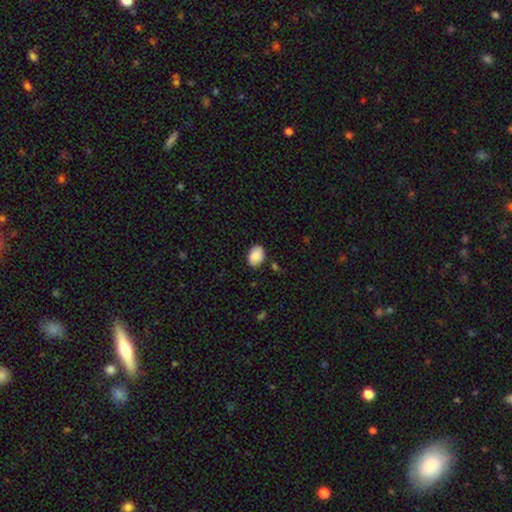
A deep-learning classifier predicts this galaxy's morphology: Smooth or featured? smooth (88%)
How rounded? in between (80%)
Merging? none (81%)